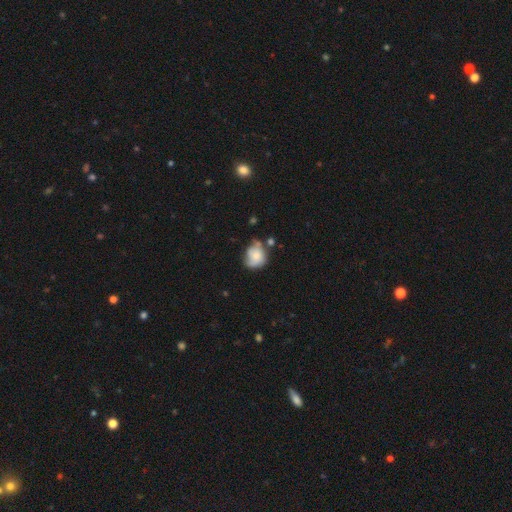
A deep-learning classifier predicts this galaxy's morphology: smooth 62%, featured or disk 30%, star or artifact 9%. Down the decision tree: how rounded — round (65%); merging — none (42%).